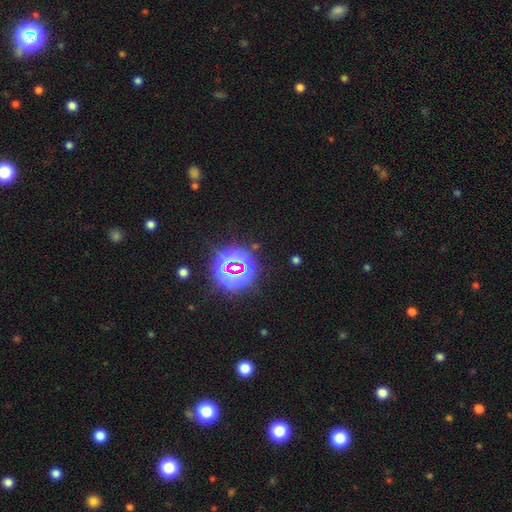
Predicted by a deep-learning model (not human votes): smooth-or-featured: star or artifact: 80% | smooth: 13% | featured or disk: 7%